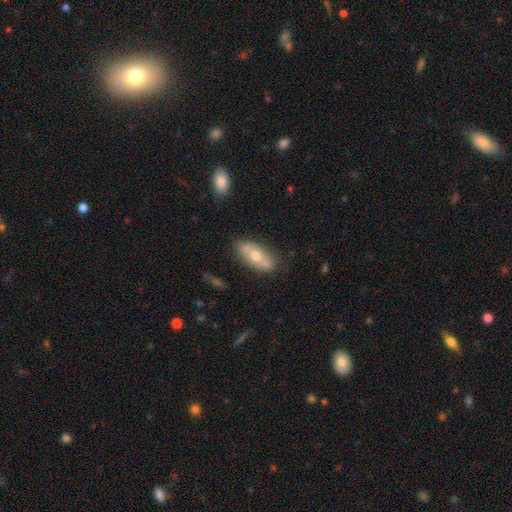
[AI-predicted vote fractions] Morphology: type=smooth (55%); roundness=in between (78%); merging=none (80%).